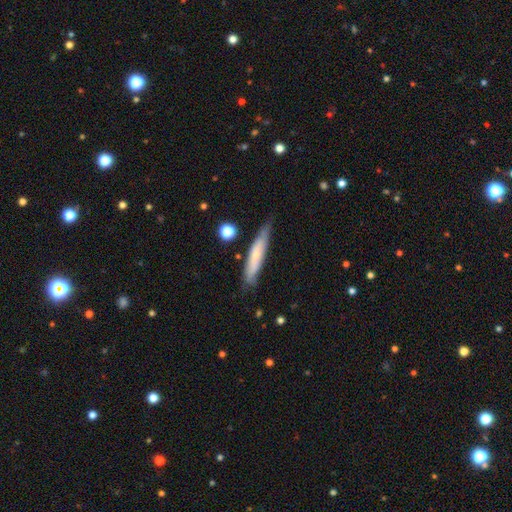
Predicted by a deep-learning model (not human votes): Smooth or featured? smooth (59%)
How rounded? cigar-shaped (87%)
Merging? none (73%)